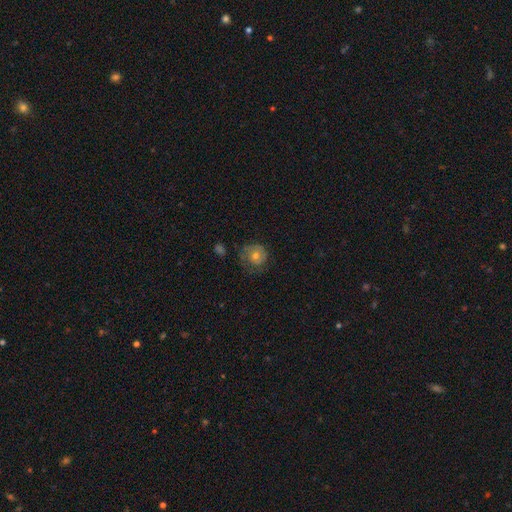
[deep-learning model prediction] A smooth galaxy with no disk features (53%) that is round (85%). Merging: none (61%).